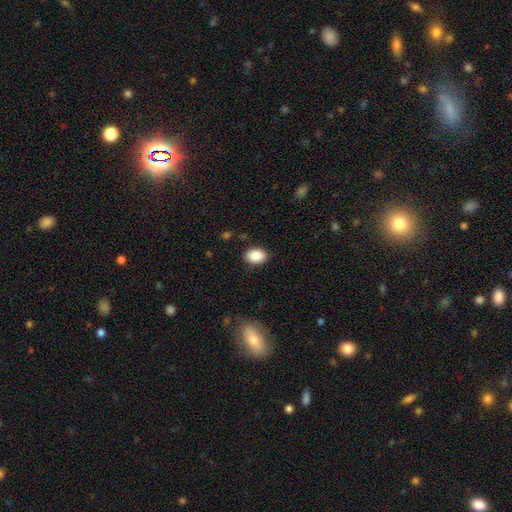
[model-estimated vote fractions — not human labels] A smooth galaxy with no disk features (89%) that is in between round and cigar-shaped (83%). Merging: none (86%).